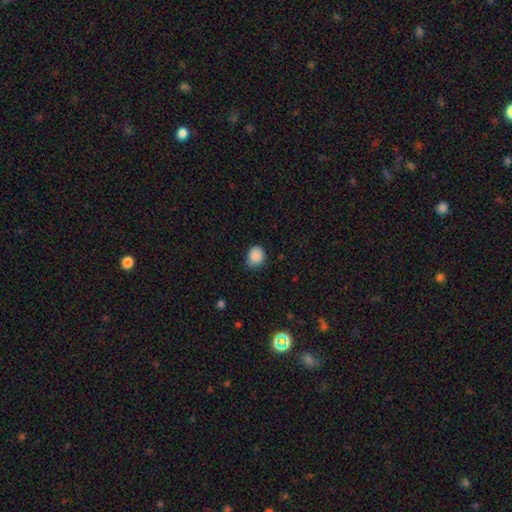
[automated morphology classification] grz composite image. It shows a smooth galaxy with no disk features (87%) that is round (60%). Merging: none (70%).